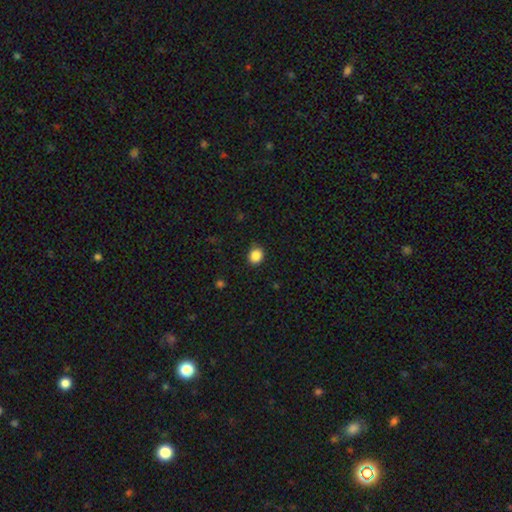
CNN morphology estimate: Smooth or featured? Predicted: smooth (p=0.87). How rounded? Predicted: round (p=0.67). Merging? Predicted: none (p=0.86).